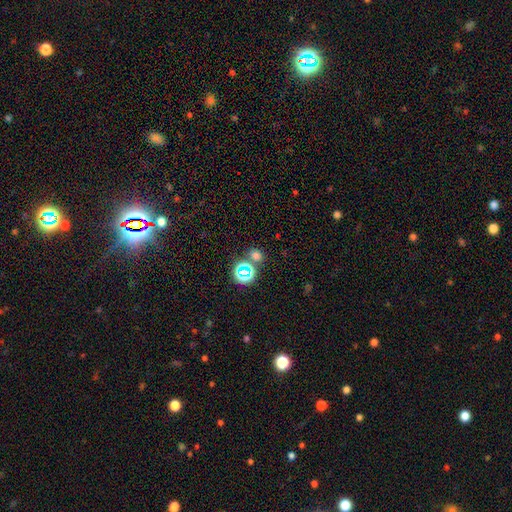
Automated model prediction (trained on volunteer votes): A smooth galaxy with no disk features (62%) that is round (74%).

Vote fractions:
- Smooth or featured? smooth: 62% / star or artifact: 32% / featured or disk: 6%
- How rounded? round: 74% / in between: 24% / cigar-shaped: 1%
- Merging? none: 70% / merger: 19% / minor disturbance: 8% / major disturbance: 4%